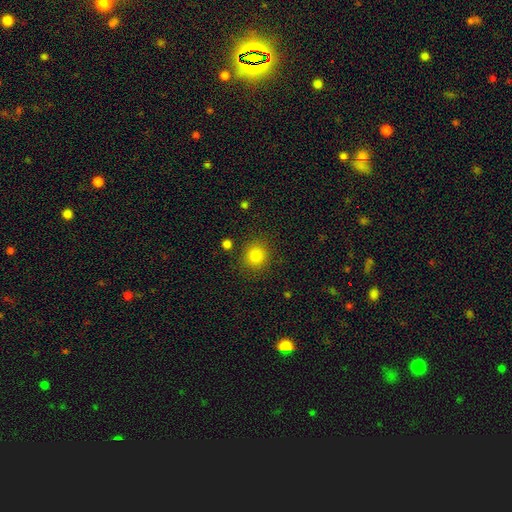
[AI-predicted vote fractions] This appears to be a smooth galaxy with no disk features (84%) that is round (86%). Merging: none (86%).